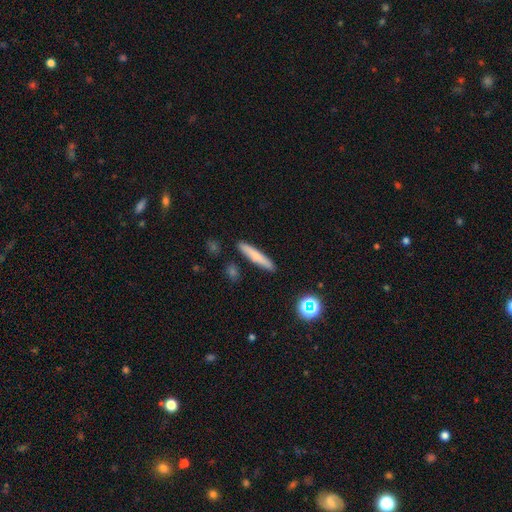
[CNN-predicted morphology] Q: Smooth or featured?
A: smooth (72%); runner-up: featured or disk (19%)
Q: How rounded?
A: cigar-shaped (92%); runner-up: in between (6%)
Q: Merging?
A: none (88%); runner-up: minor disturbance (7%)